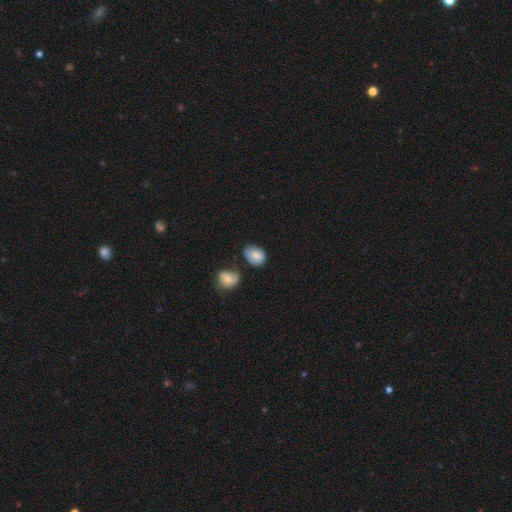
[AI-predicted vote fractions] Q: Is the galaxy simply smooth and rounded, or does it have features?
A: smooth — 76%.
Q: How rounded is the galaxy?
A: in between — 64%.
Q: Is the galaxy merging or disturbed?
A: none — 51%.